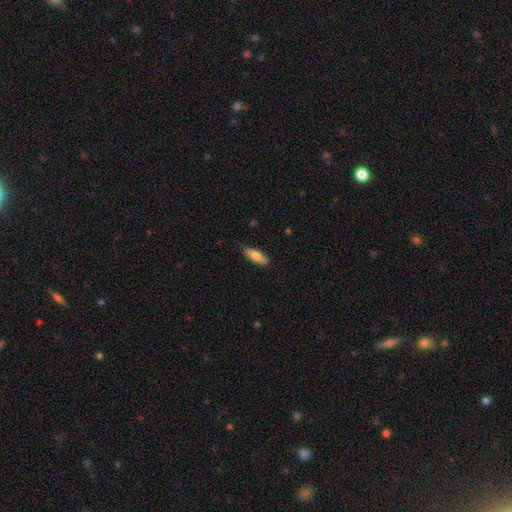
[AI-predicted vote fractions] smooth_or_featured: smooth (p=0.78) [alt: featured or disk p=0.16]
how_rounded: in between (p=0.60) [alt: cigar-shaped p=0.38]
merging: none (p=0.84) [alt: minor disturbance p=0.13]